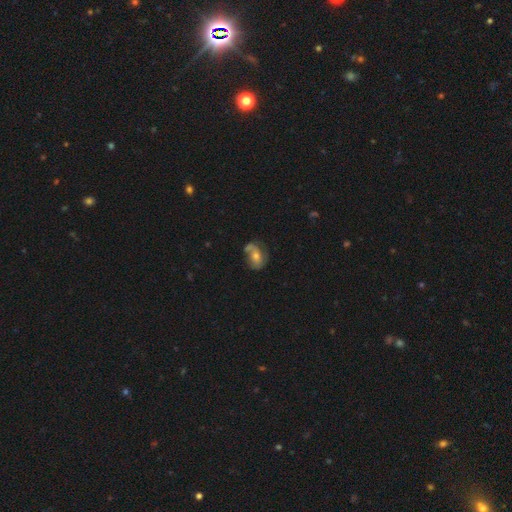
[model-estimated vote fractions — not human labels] A featured or disk galaxy (53%) with no bar (67%), spiral arms (72%) and a moderate central bulge (61%). Merging: none (48%).